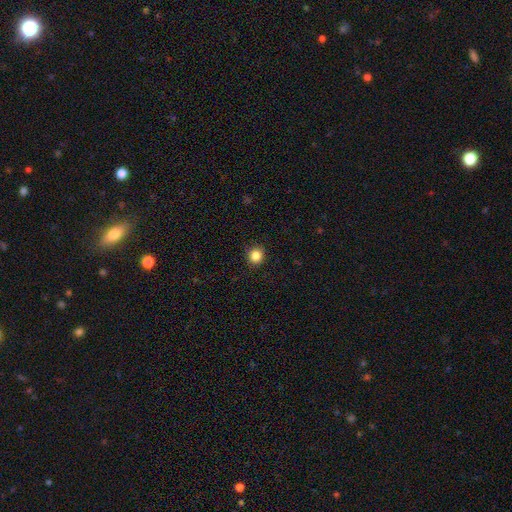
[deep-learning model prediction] Overall: smooth (86%). How rounded: round (91%). Merging: none (91%).